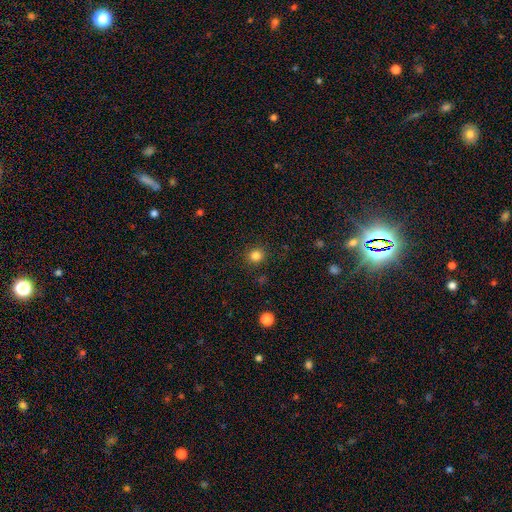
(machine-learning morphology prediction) This is clearly a smooth galaxy (83%). How rounded: clearly round (90%). Merging: clearly none (90%).